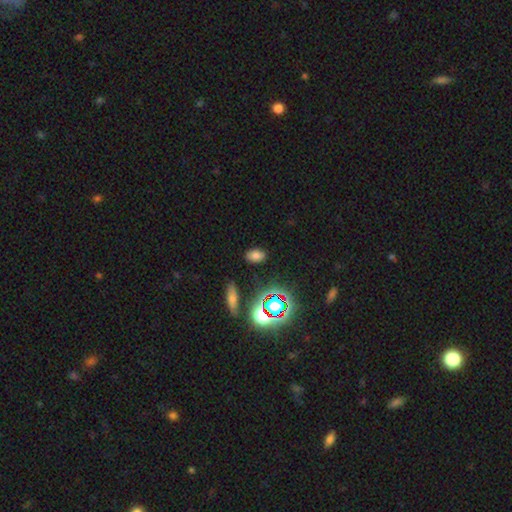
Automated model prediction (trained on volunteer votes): Smooth or featured? Predicted: smooth (p=0.70). How rounded? Predicted: in between (p=0.85). Merging? Predicted: none (p=0.85).